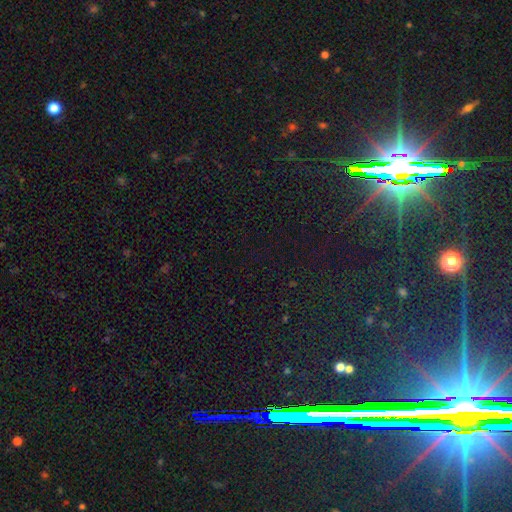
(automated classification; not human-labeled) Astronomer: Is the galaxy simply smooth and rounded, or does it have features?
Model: star or artifact — 73%.